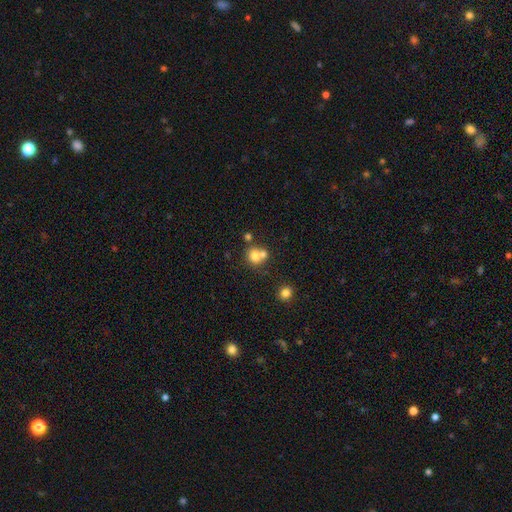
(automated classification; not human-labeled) smooth-or-featured: smooth: 73% | featured or disk: 15% | star or artifact: 12%
  how-rounded: round: 78% | in between: 21% | cigar-shaped: 1%
  merging: merger: 47% | none: 41% | minor disturbance: 8% | major disturbance: 4%